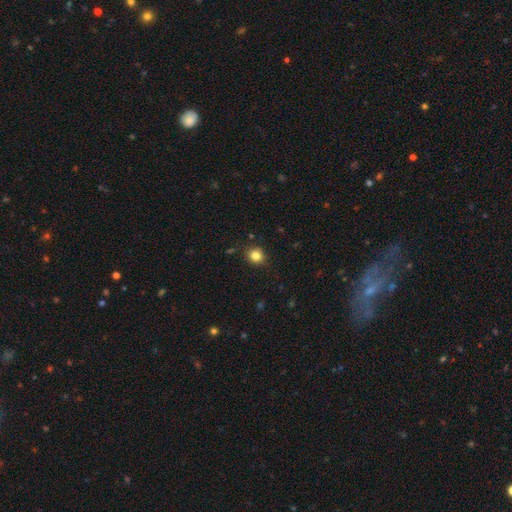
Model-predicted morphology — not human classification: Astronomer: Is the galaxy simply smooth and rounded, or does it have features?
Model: smooth — 82%.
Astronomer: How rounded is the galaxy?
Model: round — 82%.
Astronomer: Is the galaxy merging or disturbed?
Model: none — 87%.